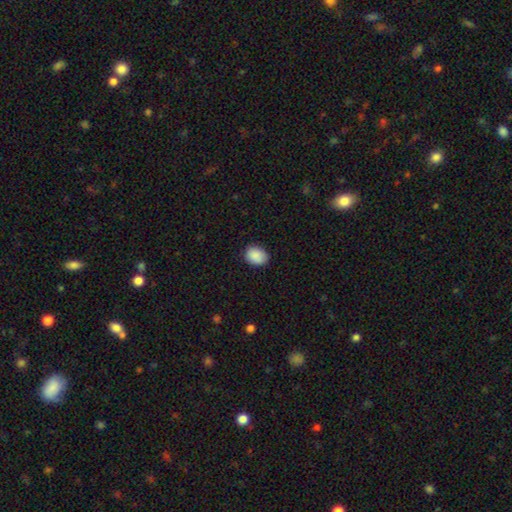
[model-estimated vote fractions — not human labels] A smooth galaxy with no disk features (89%) that is in between round and cigar-shaped (57%). Merging: none (81%).